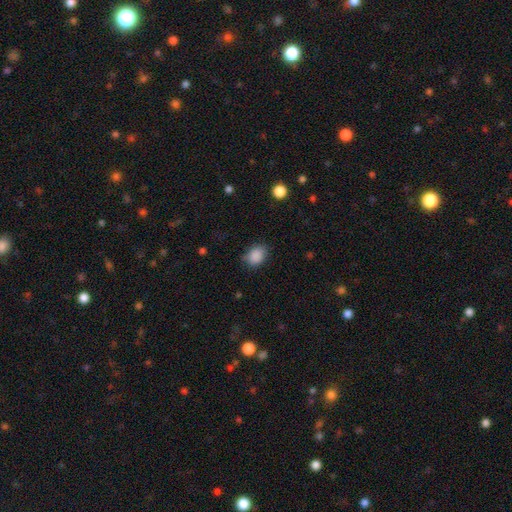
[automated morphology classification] smooth-or-featured: smooth: 88% | star or artifact: 8% | featured or disk: 4%
  how-rounded: in between: 69% | round: 30% | cigar-shaped: 1%
  merging: none: 76% | minor disturbance: 19% | major disturbance: 5% | merger: 1%